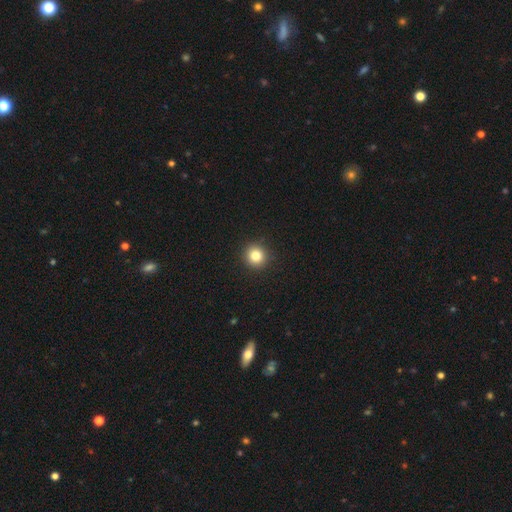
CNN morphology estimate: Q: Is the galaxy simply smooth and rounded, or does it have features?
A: smooth — 82%.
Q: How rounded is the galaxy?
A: round — 93%.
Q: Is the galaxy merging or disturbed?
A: none — 93%.